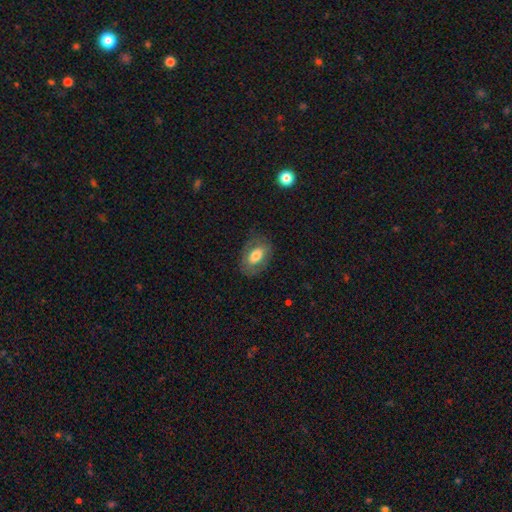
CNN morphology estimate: smooth-or-featured: smooth: 64% | featured or disk: 28% | star or artifact: 7%
  how-rounded: in between: 87% | round: 11% | cigar-shaped: 2%
  merging: none: 75% | minor disturbance: 16% | major disturbance: 8% | merger: 1%